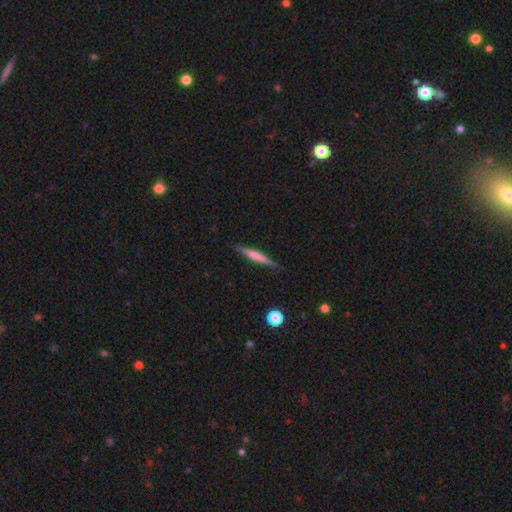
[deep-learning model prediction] Smooth or featured?
  - featured or disk: 47% * (tied)
  - smooth: 47% * (tied)
  - star or artifact: 6%
Merging?
  - none: 88% *
  - minor disturbance: 9%
  - major disturbance: 2%
  - merger: 1%